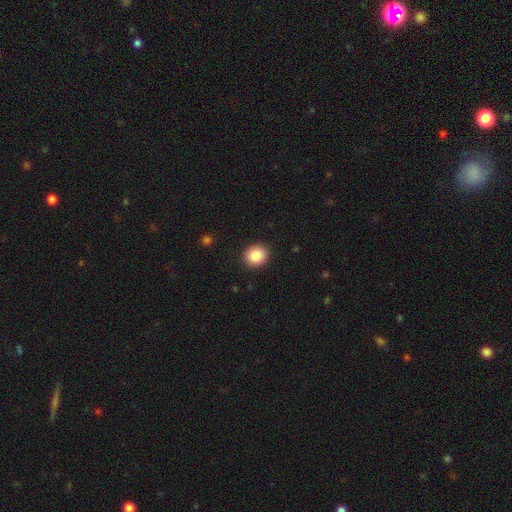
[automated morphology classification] Smooth or featured?
  - smooth: 87% *
  - star or artifact: 8%
  - featured or disk: 5%
How rounded?
  - round: 81% *
  - in between: 18%
  - cigar-shaped: 1%
Merging?
  - none: 92% *
  - minor disturbance: 6%
  - major disturbance: 2%
  - merger: 1%